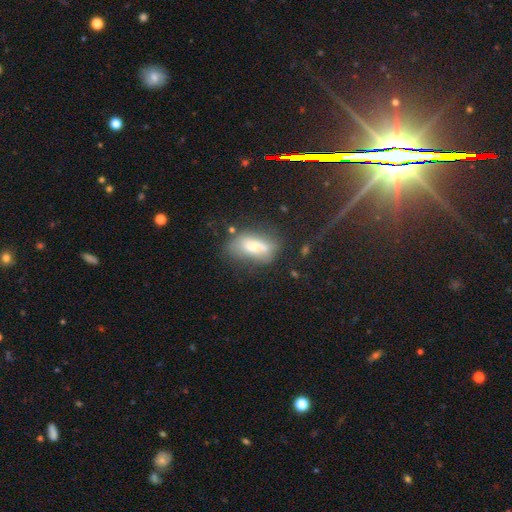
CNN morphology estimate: smooth 63%, featured or disk 25%, star or artifact 12%. Down the decision tree: how rounded — in between (85%); merging — none (45%).